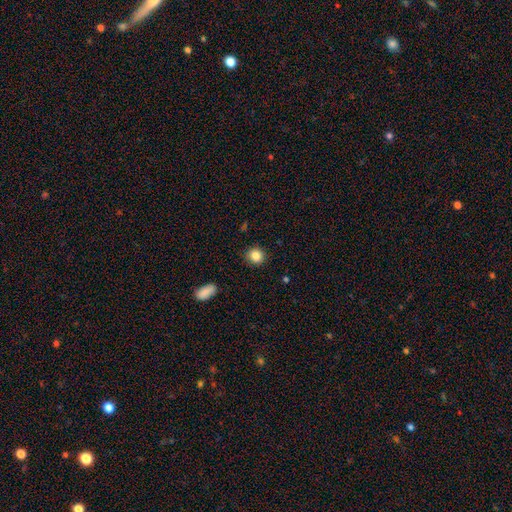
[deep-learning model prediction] Smooth or featured: smooth — 86% (star or artifact — 10%)
How rounded: round — 87% (in between — 12%)
Merging: none — 90% (minor disturbance — 7%)